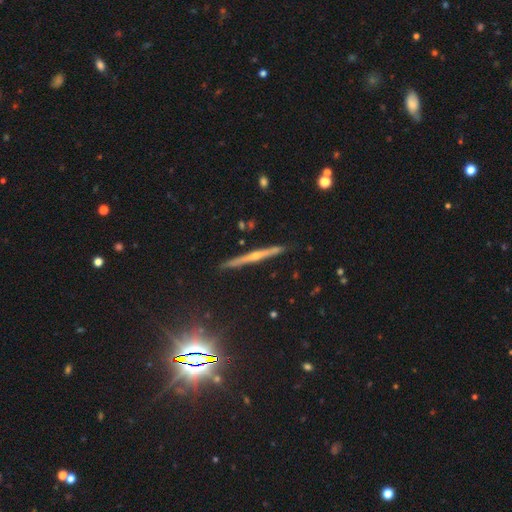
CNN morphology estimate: Smooth or featured?
  - featured or disk: 73% *
  - smooth: 16%
  - star or artifact: 10%
Edge-on disk?
  - yes: 97% *
  - no: 3%
Edge-on bulge?
  - rounded: 79% *
  - none: 17%
  - boxy: 4%
Merging?
  - none: 90% *
  - minor disturbance: 8%
  - merger: 1%
  - major disturbance: 1%